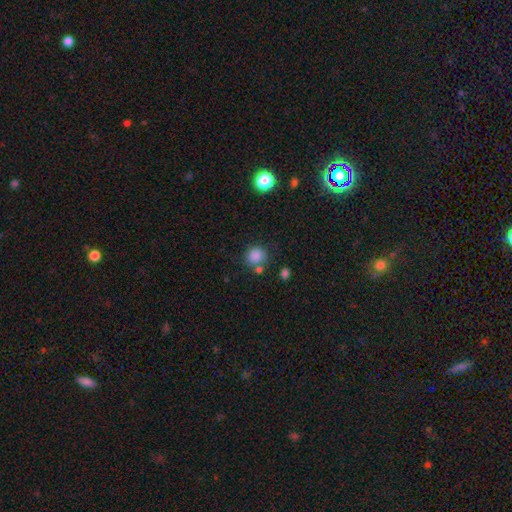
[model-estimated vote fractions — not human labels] smooth 84%, star or artifact 11%, featured or disk 5%. Down the decision tree: how rounded — round (87%); merging — none (71%).